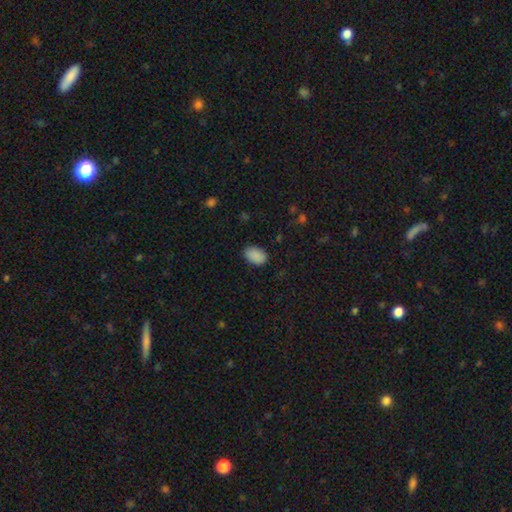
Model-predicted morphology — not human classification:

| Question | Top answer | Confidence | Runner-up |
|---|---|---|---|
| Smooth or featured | smooth | 89% | star or artifact (8%) |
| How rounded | in between | 88% | round (11%) |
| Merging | none | 84% | minor disturbance (12%) |